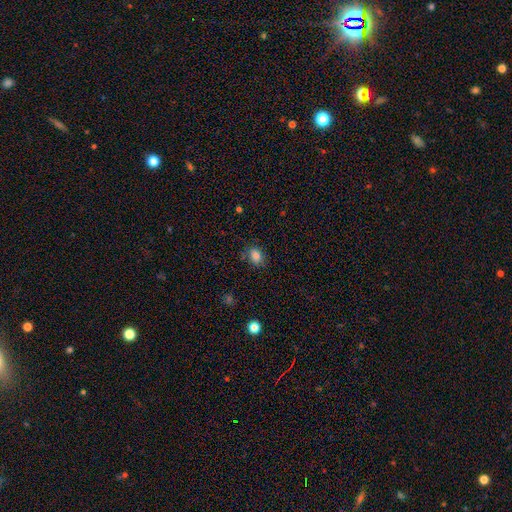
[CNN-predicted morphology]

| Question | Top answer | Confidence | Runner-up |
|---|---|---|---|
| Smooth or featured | smooth | 83% | star or artifact (11%) |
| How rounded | in between | 65% | round (34%) |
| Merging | none | 76% | minor disturbance (17%) |